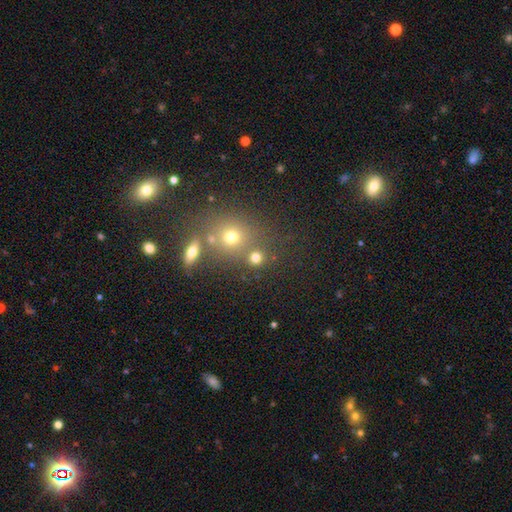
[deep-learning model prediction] A smooth galaxy with no disk features (61%) that is round (80%).

Vote fractions:
- Smooth or featured? smooth: 61% / star or artifact: 26% / featured or disk: 13%
- How rounded? round: 80% / in between: 18% / cigar-shaped: 2%
- Merging? none: 63% / merger: 23% / minor disturbance: 9% / major disturbance: 5%